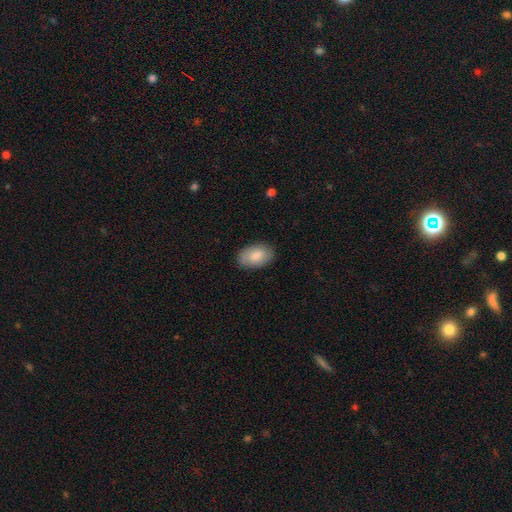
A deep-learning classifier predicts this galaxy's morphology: A smooth galaxy with no disk features (83%) that is in between round and cigar-shaped (91%). Merging: none (85%).